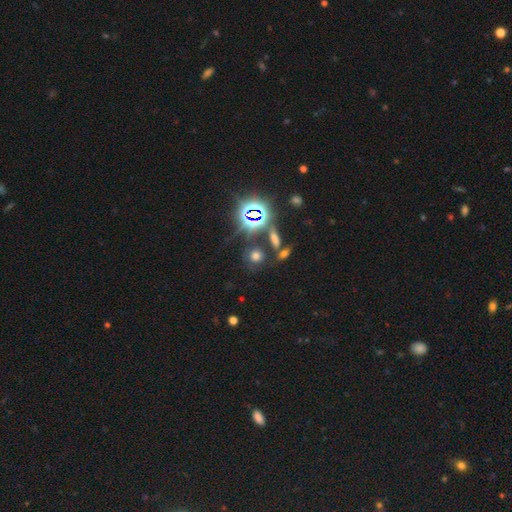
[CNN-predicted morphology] smooth 55%, star or artifact 35%, featured or disk 9%. Down the decision tree: how rounded — round (79%); merging — none (75%).